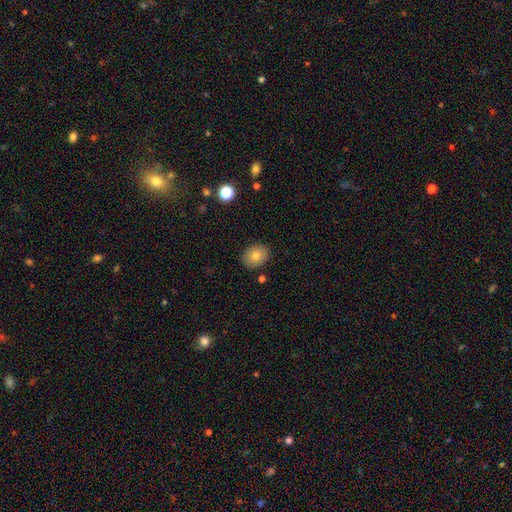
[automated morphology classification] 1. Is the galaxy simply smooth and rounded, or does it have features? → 79% smooth, 12% featured or disk, 9% star or artifact.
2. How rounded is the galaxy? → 52% in between, 47% round, 1% cigar-shaped.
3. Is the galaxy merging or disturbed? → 88% none, 9% minor disturbance, 2% major disturbance, 2% merger.